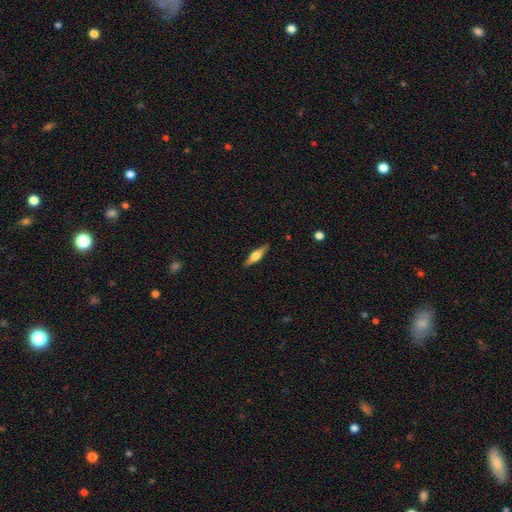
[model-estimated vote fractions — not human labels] smooth-or-featured: featured or disk: 53% | smooth: 41% | star or artifact: 6%
  disk-edge-on: yes: 95% | no: 5%
    edge-on-bulge: rounded: 90% | boxy: 8% | none: 3%
  merging: none: 89% | minor disturbance: 8% | major disturbance: 2% | merger: 1%